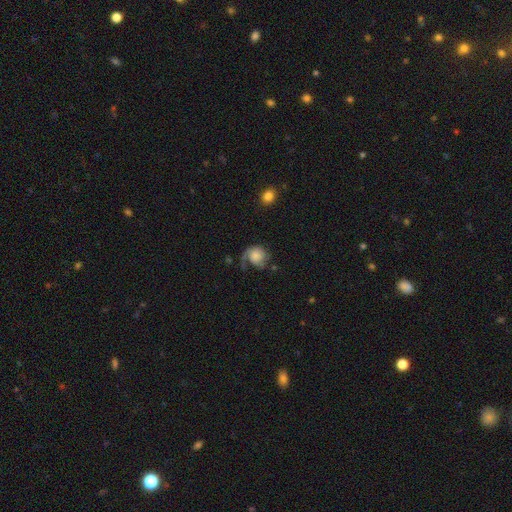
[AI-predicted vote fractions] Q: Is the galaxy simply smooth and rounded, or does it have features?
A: featured or disk — 56%.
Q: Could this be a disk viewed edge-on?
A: no — 98%.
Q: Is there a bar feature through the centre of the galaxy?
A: no — 76%.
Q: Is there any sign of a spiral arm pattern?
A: yes — 89%.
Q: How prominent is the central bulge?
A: moderate — 25%.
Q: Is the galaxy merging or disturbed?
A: none — 42%.